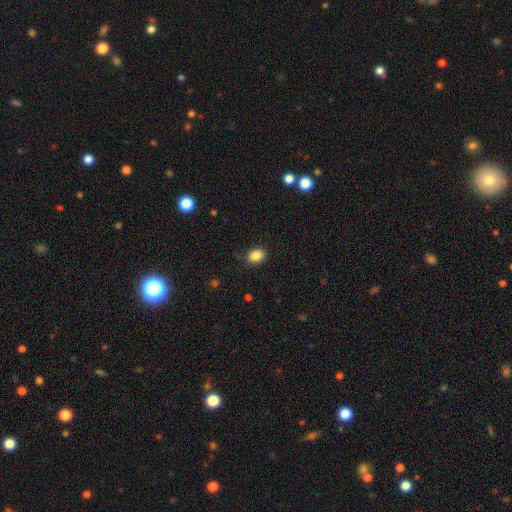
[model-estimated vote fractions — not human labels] This is clearly a smooth galaxy (86%). How rounded: likely in between (64%). Merging: clearly none (85%).